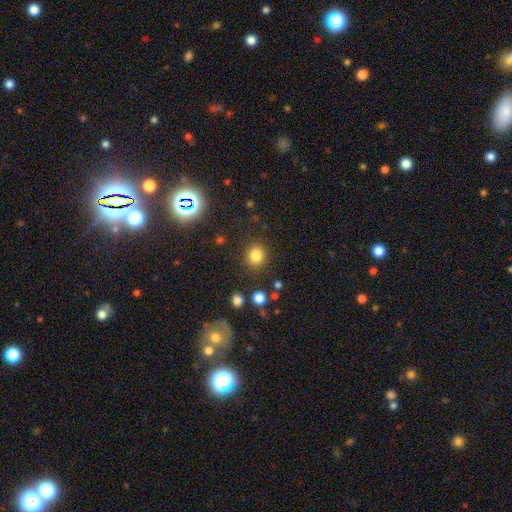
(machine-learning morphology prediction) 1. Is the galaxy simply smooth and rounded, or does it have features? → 82% smooth, 13% star or artifact, 5% featured or disk.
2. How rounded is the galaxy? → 85% round, 14% in between, 1% cigar-shaped.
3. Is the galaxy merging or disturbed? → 87% none, 8% minor disturbance, 3% major disturbance, 3% merger.